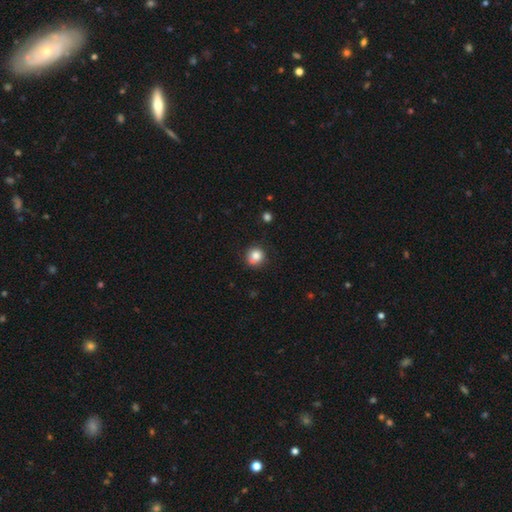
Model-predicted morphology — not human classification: This appears to be a smooth galaxy with no disk features (84%) that is round (85%). Merging: none (83%).